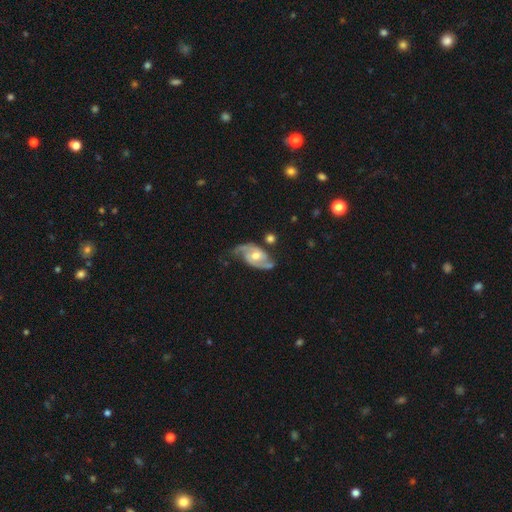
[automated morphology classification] This appears to be a featured or disk galaxy (88%) with no bar (50%), 2 (91%) medium (52%) spiral arms (97%) and a moderate central bulge (70%). Merging: none (67%).